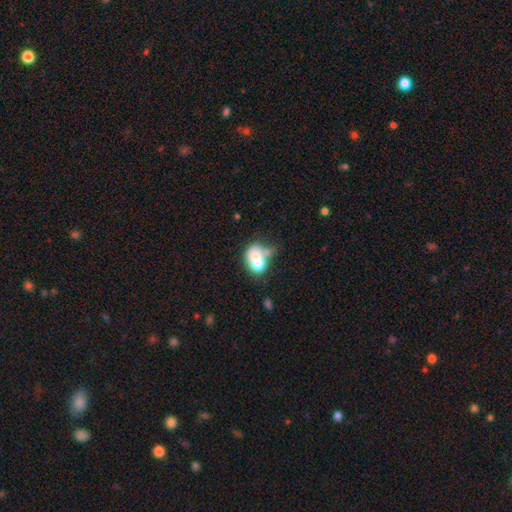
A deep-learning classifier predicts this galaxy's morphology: This is likely a smooth galaxy (64%). How rounded: likely in between (64%). Merging: possibly merger (49%).